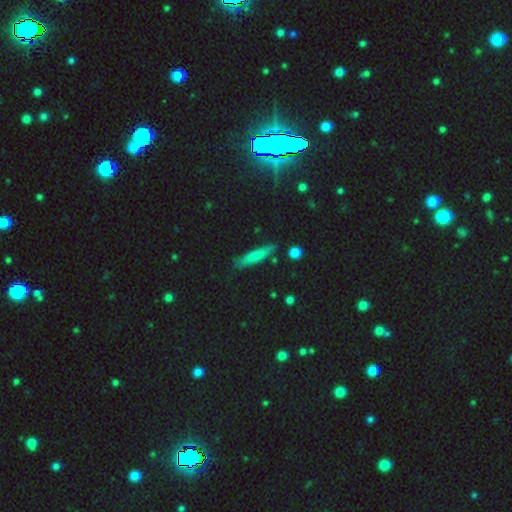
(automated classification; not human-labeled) A smooth galaxy with no disk features (68%) that is cigar-shaped (80%). Merging: none (82%).